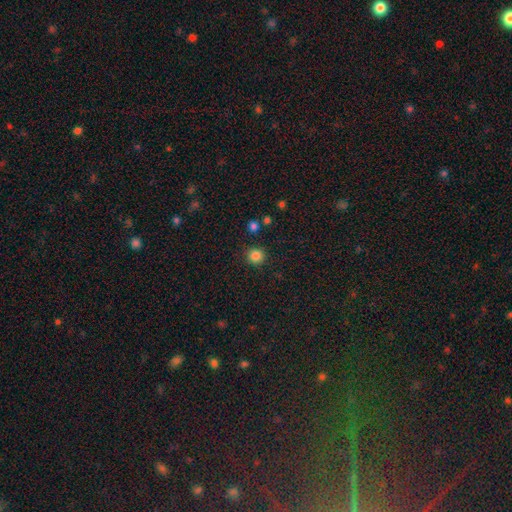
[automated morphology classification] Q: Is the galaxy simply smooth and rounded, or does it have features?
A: smooth — 85%.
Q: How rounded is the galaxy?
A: round — 93%.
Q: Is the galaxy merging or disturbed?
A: none — 90%.